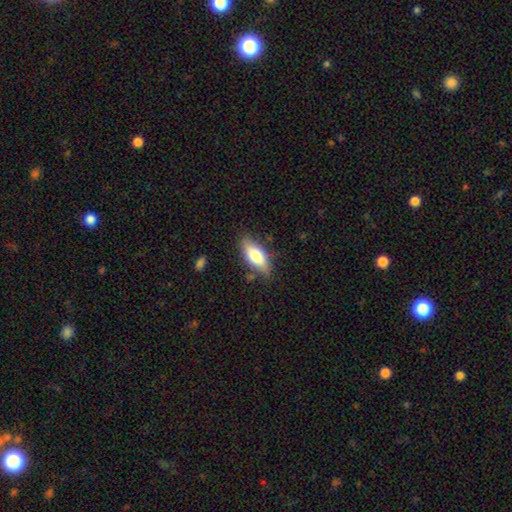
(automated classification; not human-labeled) Q: Smooth or featured?
A: smooth (72%); runner-up: featured or disk (21%)
Q: How rounded?
A: in between (81%); runner-up: cigar-shaped (17%)
Q: Merging?
A: none (76%); runner-up: minor disturbance (18%)